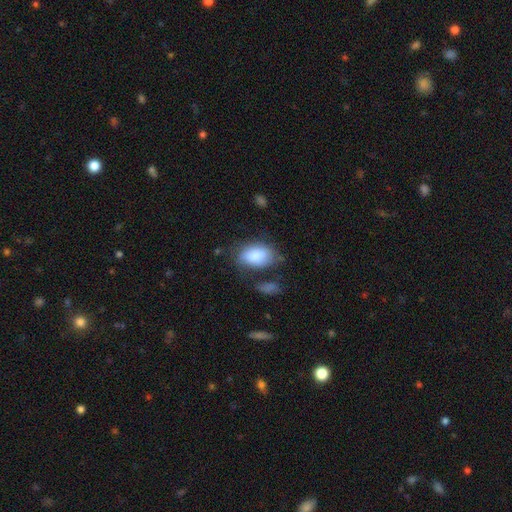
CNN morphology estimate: Smooth or featured? Predicted: smooth (p=0.82). How rounded? Predicted: in between (p=0.90). Merging? Predicted: none (p=0.52).